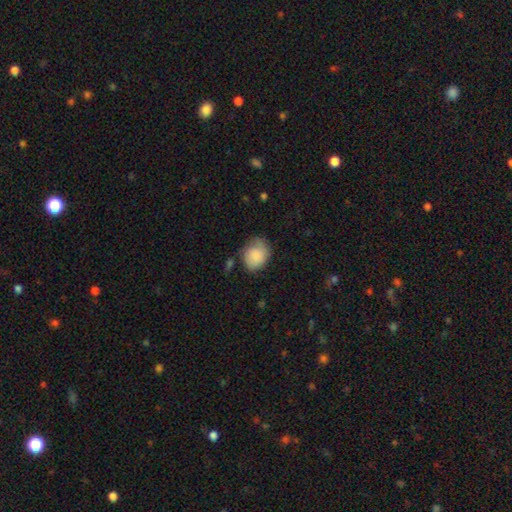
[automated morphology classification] Smooth or featured? Predicted: smooth (p=0.84). How rounded? Predicted: round (p=0.50). Merging? Predicted: none (p=0.59).